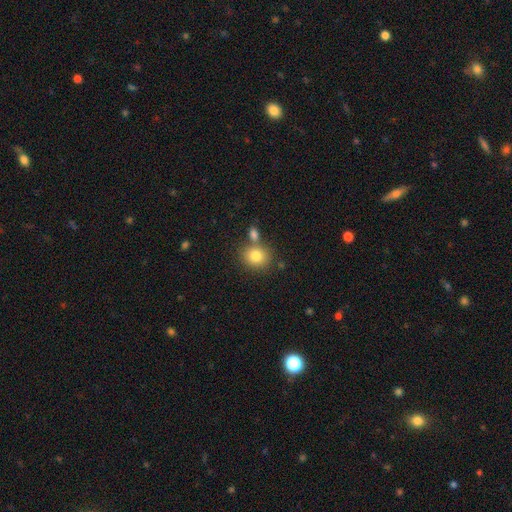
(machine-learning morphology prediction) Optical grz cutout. It shows a smooth galaxy with no disk features (81%) that is round (73%). Merging: none (64%).